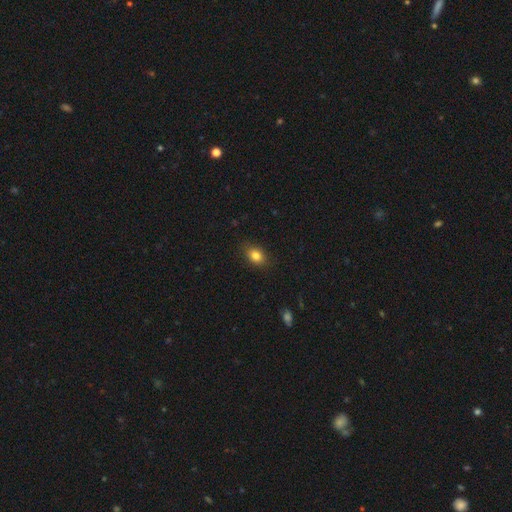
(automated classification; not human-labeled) Overall: smooth (82%). How rounded: in between (70%). Merging: none (86%).